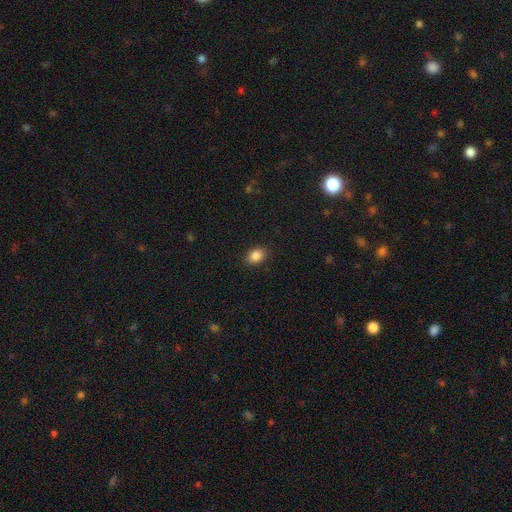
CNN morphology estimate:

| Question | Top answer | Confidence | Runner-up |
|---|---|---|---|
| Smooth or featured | smooth | 87% | star or artifact (9%) |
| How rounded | in between | 73% | round (26%) |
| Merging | none | 89% | minor disturbance (8%) |